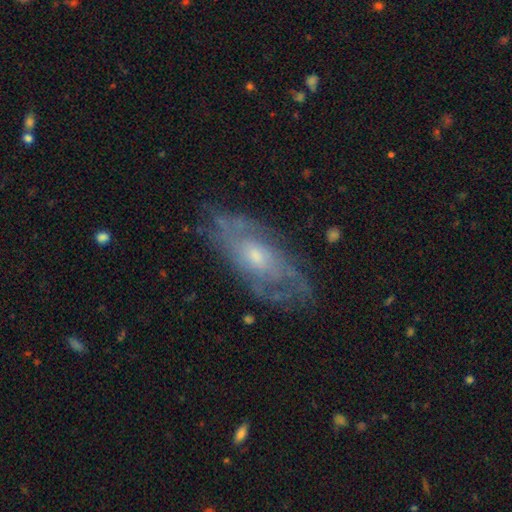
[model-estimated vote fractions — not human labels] Smooth or featured: featured or disk — 75% (smooth — 18%)
Edge-on disk: no — 87% (yes — 13%)
Bar: no — 74% (weak — 22%)
Spiral arms: yes — 79% (no — 21%)
Spiral winding: tight — 55% (medium — 33%)
Spiral arm count: can't tell — 57% (2 — 23%)
Bulge size: small — 53% (moderate — 41%)
Merging: none — 74% (minor disturbance — 18%)